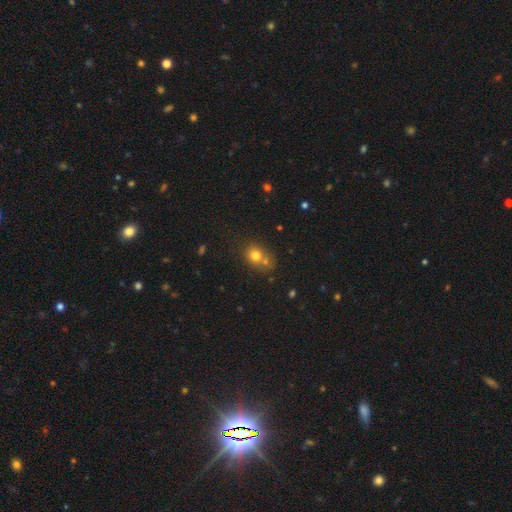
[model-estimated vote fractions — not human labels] Smooth or featured?
  - smooth: 74% *
  - star or artifact: 15%
  - featured or disk: 11%
How rounded?
  - round: 69% *
  - in between: 30%
  - cigar-shaped: 1%
Merging?
  - none: 49% *
  - merger: 34%
  - minor disturbance: 12%
  - major disturbance: 5%